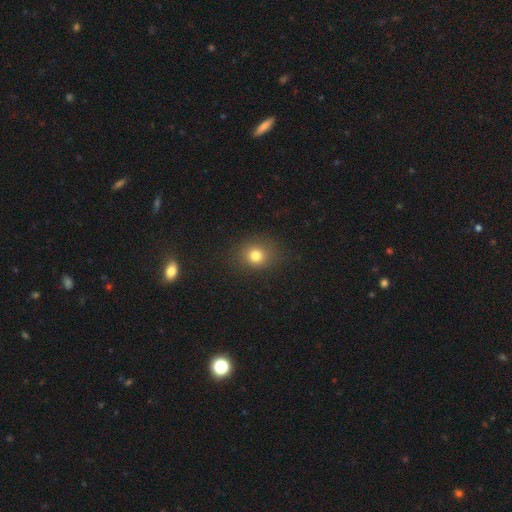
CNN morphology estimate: A smooth galaxy with no disk features (78%) that is round (73%).

Vote fractions:
- Smooth or featured? smooth: 78% / star or artifact: 15% / featured or disk: 7%
- How rounded? round: 73% / in between: 26% / cigar-shaped: 1%
- Merging? none: 84% / minor disturbance: 11% / major disturbance: 4% / merger: 1%